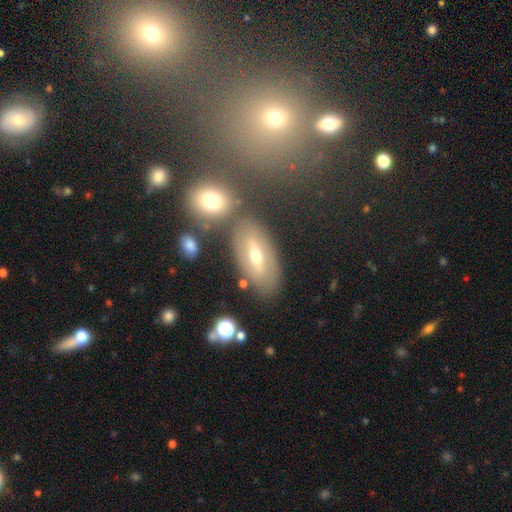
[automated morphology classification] Overall: featured or disk (47%; smooth 37%). Merging: none (76%).